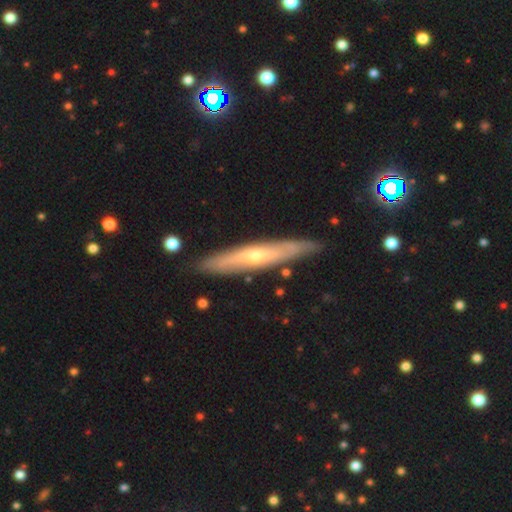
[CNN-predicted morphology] Smooth or featured: featured or disk — 62% (smooth — 33%)
Edge-on disk: yes — 79% (no — 21%)
Merging: none — 85% (minor disturbance — 11%)